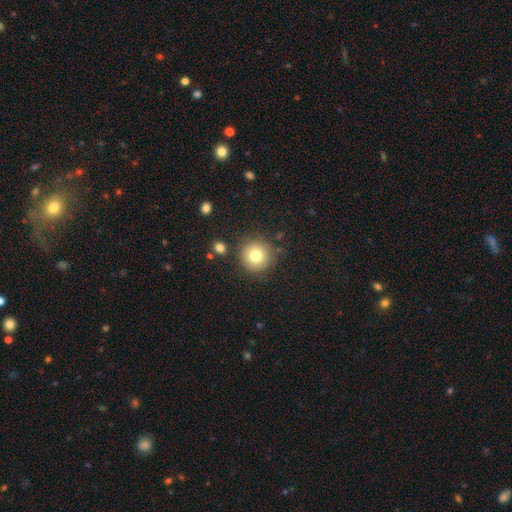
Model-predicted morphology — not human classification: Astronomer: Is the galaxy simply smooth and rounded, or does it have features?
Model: smooth — 77%.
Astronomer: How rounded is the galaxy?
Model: round — 95%.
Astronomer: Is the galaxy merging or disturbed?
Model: none — 85%.